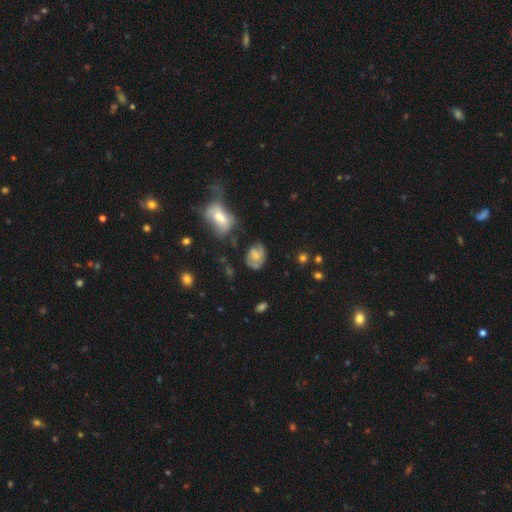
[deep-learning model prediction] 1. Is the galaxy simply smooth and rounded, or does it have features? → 49% smooth, 41% featured or disk, 10% star or artifact.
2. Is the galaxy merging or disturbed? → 55% none, 26% minor disturbance, 13% major disturbance, 6% merger.